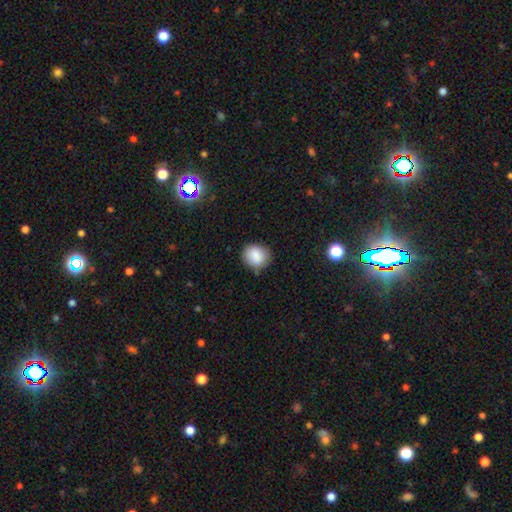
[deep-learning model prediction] This appears to be a smooth galaxy with no disk features (86%) that is round (66%). Merging: none (76%).